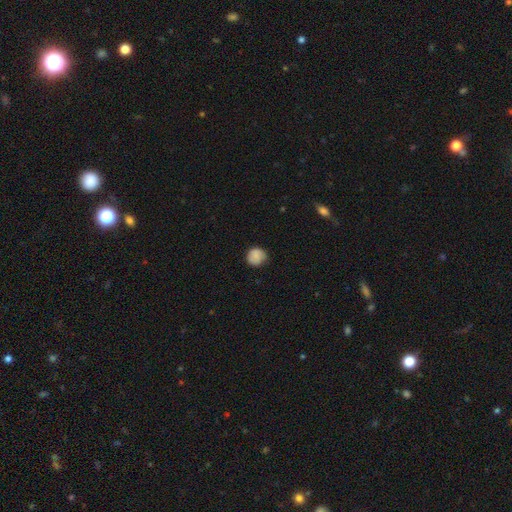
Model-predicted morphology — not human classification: This is clearly a smooth galaxy (84%). How rounded: clearly round (87%). Merging: likely none (77%).